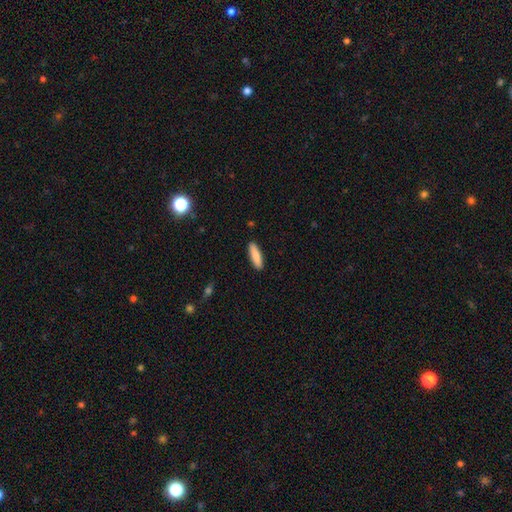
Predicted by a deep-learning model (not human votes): This is clearly a smooth galaxy (85%). How rounded: likely cigar-shaped (64%). Merging: clearly none (90%).